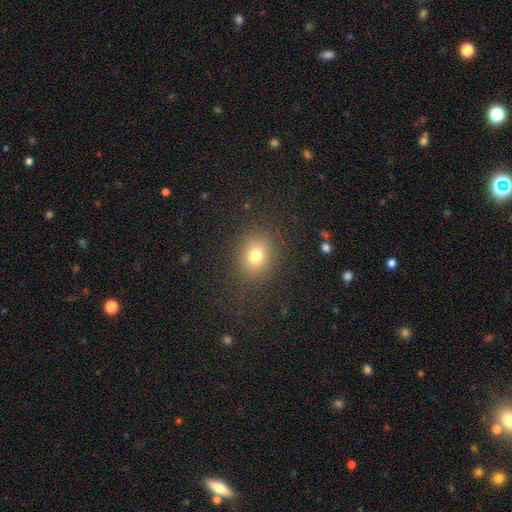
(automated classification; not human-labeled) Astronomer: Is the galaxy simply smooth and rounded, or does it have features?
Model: smooth — 77%.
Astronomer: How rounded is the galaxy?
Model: round — 59% (runner-up: in between, 40%).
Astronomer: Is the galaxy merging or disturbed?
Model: none — 84%.